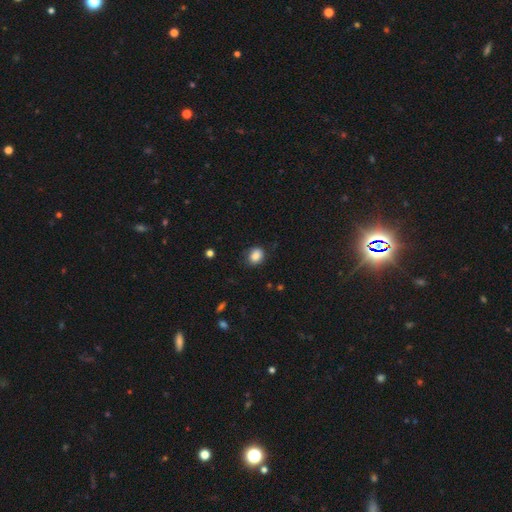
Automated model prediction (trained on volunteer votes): smooth-or-featured: smooth: 85% | star or artifact: 9% | featured or disk: 6%
  how-rounded: round: 56% | in between: 43% | cigar-shaped: 1%
  merging: none: 78% | minor disturbance: 17% | major disturbance: 4% | merger: 1%